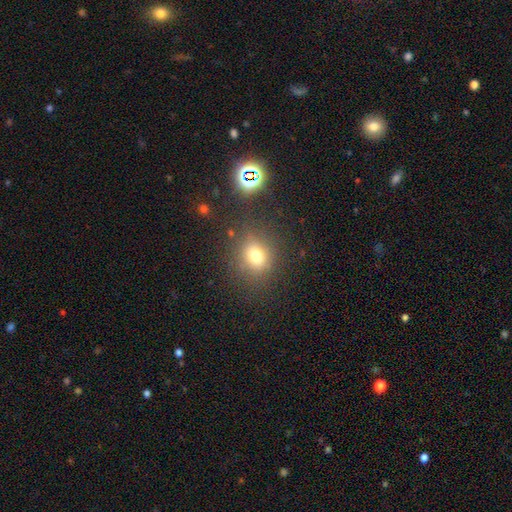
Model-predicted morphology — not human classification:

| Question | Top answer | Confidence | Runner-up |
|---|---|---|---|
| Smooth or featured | smooth | 72% | star or artifact (18%) |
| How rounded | round | 69% | in between (30%) |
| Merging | none | 79% | minor disturbance (12%) |